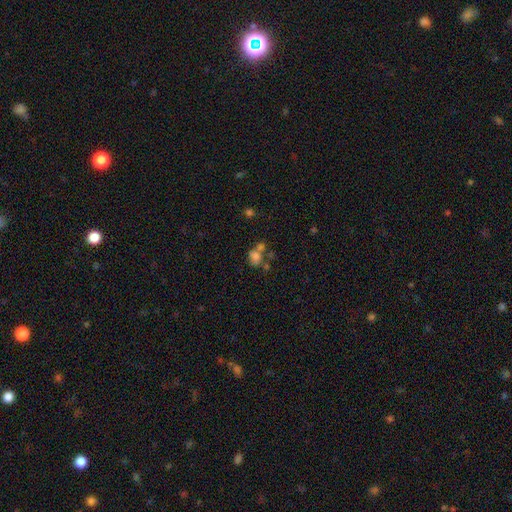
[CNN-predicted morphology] smooth-or-featured: smooth: 70% | featured or disk: 15% | star or artifact: 15%
  how-rounded: in between: 59% | round: 40% | cigar-shaped: 1%
  merging: merger: 45% | none: 32% | minor disturbance: 13% | major disturbance: 10%